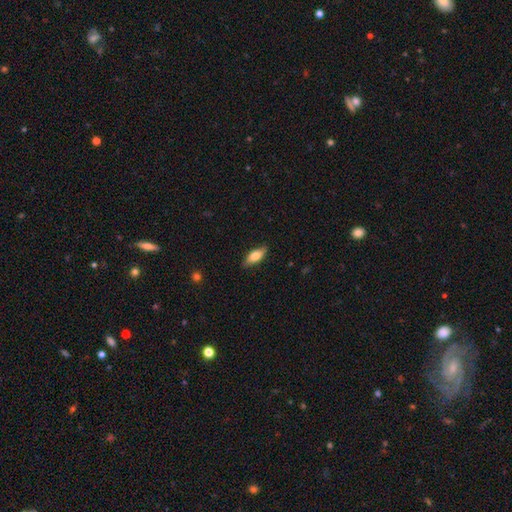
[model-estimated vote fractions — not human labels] A smooth galaxy with no disk features (71%) that is in between round and cigar-shaped (73%).

Vote fractions:
- Smooth or featured? smooth: 71% / featured or disk: 23% / star or artifact: 6%
- How rounded? in between: 73% / cigar-shaped: 24% / round: 3%
- Merging? none: 84% / minor disturbance: 13% / major disturbance: 2% / merger: 1%